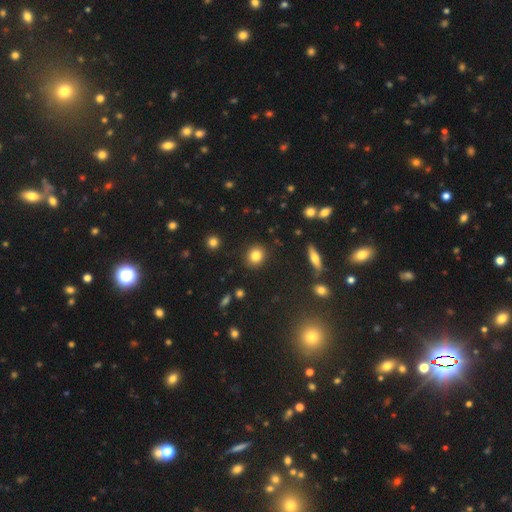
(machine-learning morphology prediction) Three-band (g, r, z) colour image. It shows a smooth galaxy with no disk features (83%) that is round (79%). Merging: none (89%).